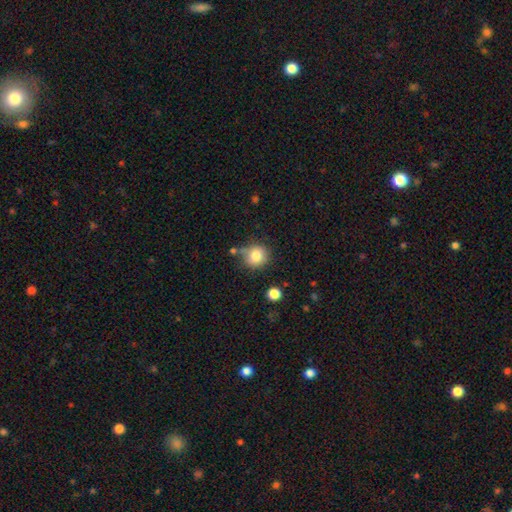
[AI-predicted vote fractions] A smooth galaxy with no disk features (81%) that is round (88%). Merging: none (68%).